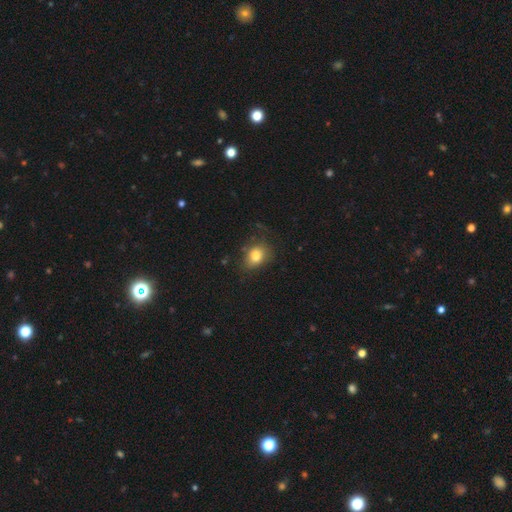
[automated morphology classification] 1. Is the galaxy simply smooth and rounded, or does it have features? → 80% smooth, 10% star or artifact, 10% featured or disk.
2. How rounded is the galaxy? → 58% in between, 41% round, 1% cigar-shaped.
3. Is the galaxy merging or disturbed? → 66% none, 23% minor disturbance, 9% major disturbance, 2% merger.